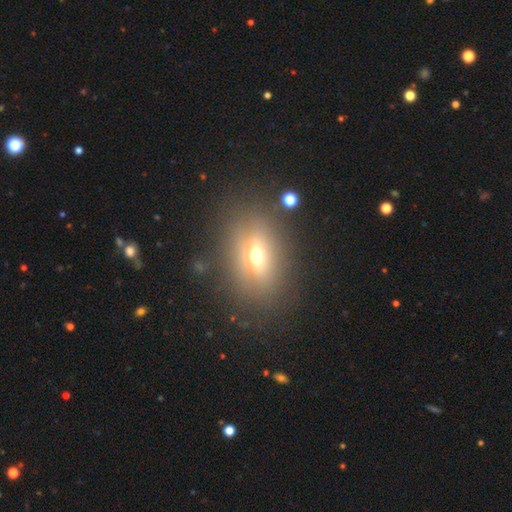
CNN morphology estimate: Smooth or featured? smooth (50%)
Merging? none (78%)